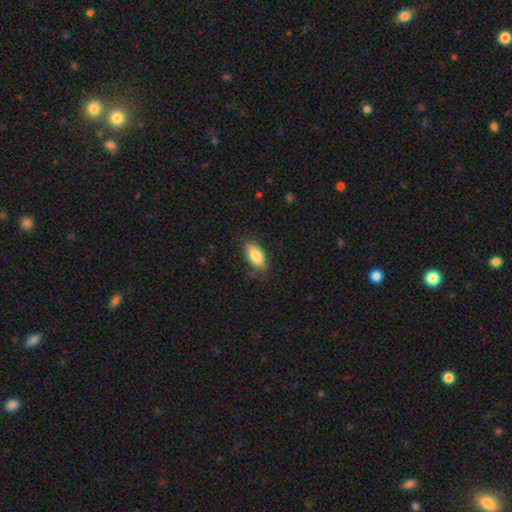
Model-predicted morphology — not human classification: This appears to be a smooth galaxy with no disk features (84%) that is in between round and cigar-shaped (89%). Merging: none (81%).